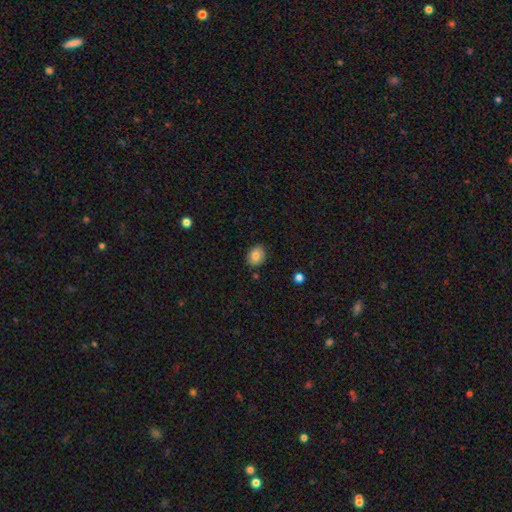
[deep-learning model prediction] Smooth or featured?
  - smooth: 81% *
  - featured or disk: 11%
  - star or artifact: 9%
How rounded?
  - in between: 56% *
  - round: 43%
  - cigar-shaped: 1%
Merging?
  - none: 85% *
  - minor disturbance: 12%
  - major disturbance: 2%
  - merger: 2%